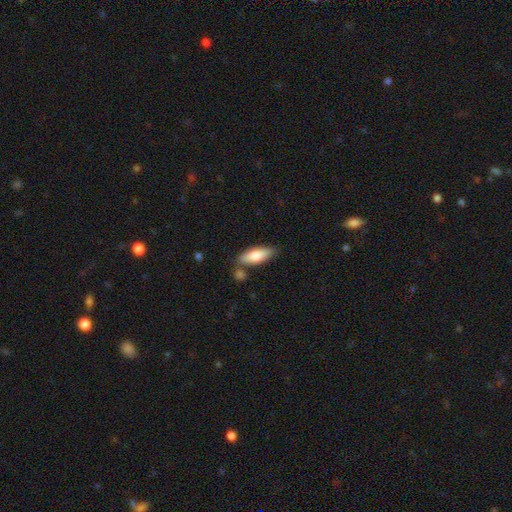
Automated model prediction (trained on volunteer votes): smooth_or_featured: smooth (p=0.79) [alt: featured or disk p=0.15]
how_rounded: in between (p=0.69) [alt: cigar-shaped p=0.29]
merging: none (p=0.71) [alt: minor disturbance p=0.15]